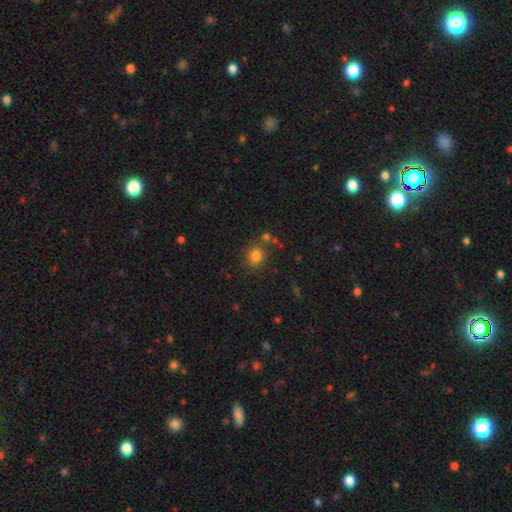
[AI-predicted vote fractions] A smooth galaxy with no disk features (81%) that is round (75%). Merging: none (76%).